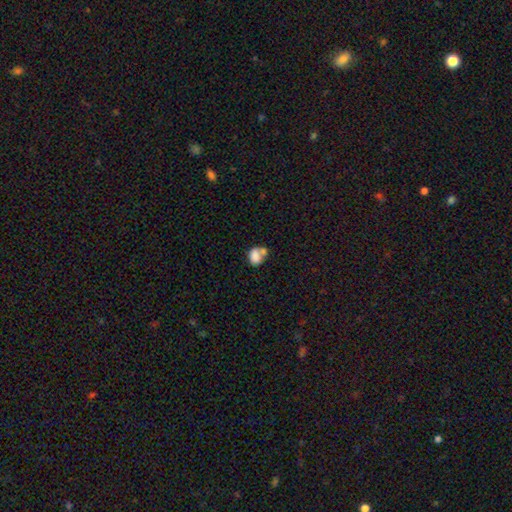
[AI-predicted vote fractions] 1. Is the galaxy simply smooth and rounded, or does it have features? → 81% smooth, 10% featured or disk, 9% star or artifact.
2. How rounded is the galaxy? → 65% in between, 34% round, 1% cigar-shaped.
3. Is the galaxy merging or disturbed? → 49% merger, 32% none, 13% minor disturbance, 6% major disturbance.